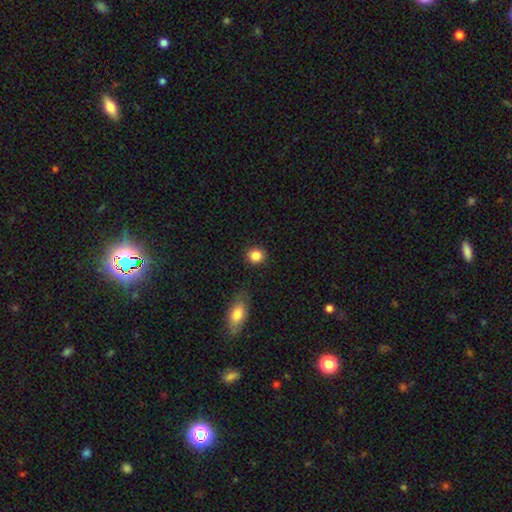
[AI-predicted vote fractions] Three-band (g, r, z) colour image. It shows a smooth galaxy with no disk features (86%) that is round (83%). Merging: none (88%).